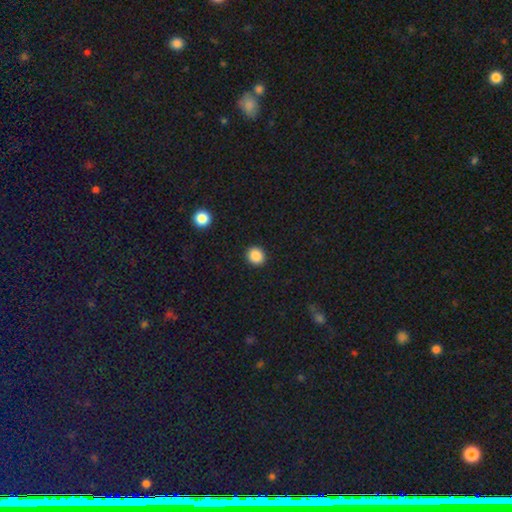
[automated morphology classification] This is clearly a smooth galaxy (87%). How rounded: clearly round (83%). Merging: clearly none (91%).